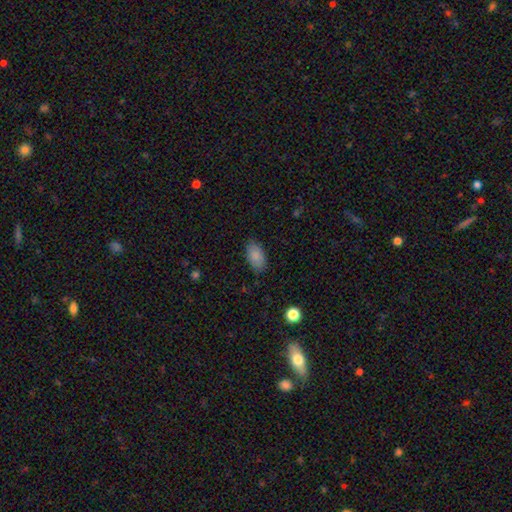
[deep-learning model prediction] smooth-or-featured: smooth: 88% | star or artifact: 7% | featured or disk: 5%
  how-rounded: in between: 94% | round: 4% | cigar-shaped: 2%
  merging: none: 83% | minor disturbance: 13% | major disturbance: 3% | merger: 1%